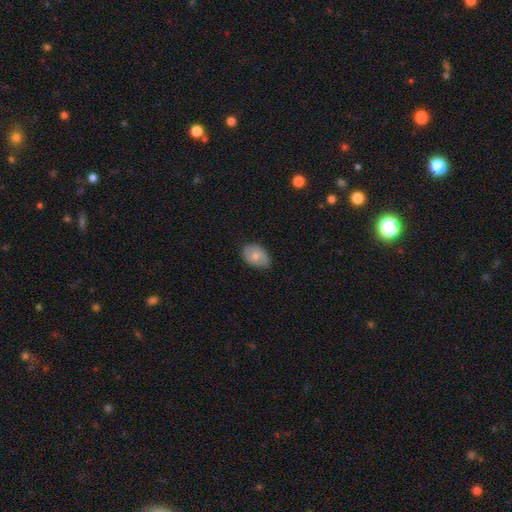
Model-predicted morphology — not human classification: A smooth galaxy with no disk features (66%) that is in between round and cigar-shaped (79%). Merging: none (70%).